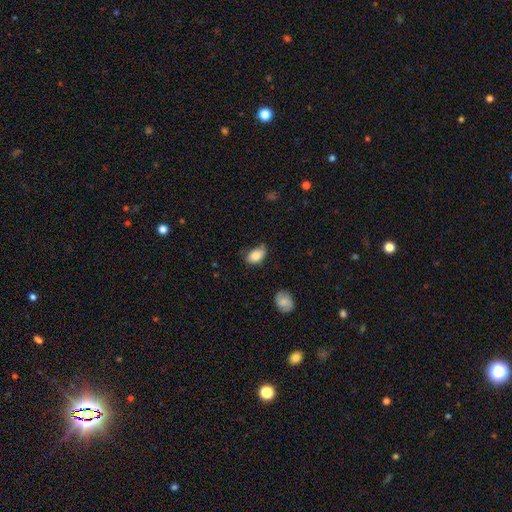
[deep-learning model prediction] smooth 84%, featured or disk 9%, star or artifact 7%. Down the decision tree: how rounded — in between (90%); merging — none (61%).